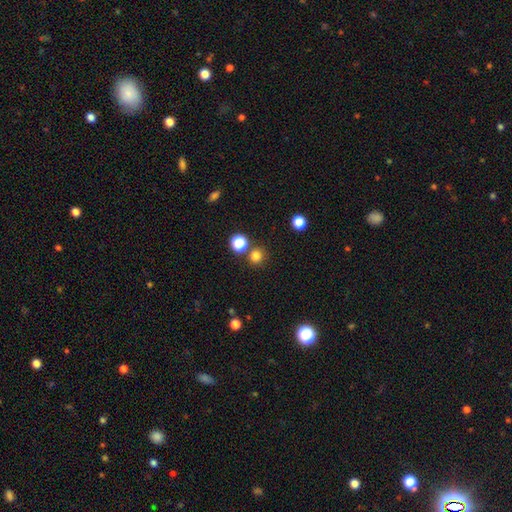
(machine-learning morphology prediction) smooth 79%, star or artifact 16%, featured or disk 5%. Down the decision tree: how rounded — round (90%); merging — none (80%).